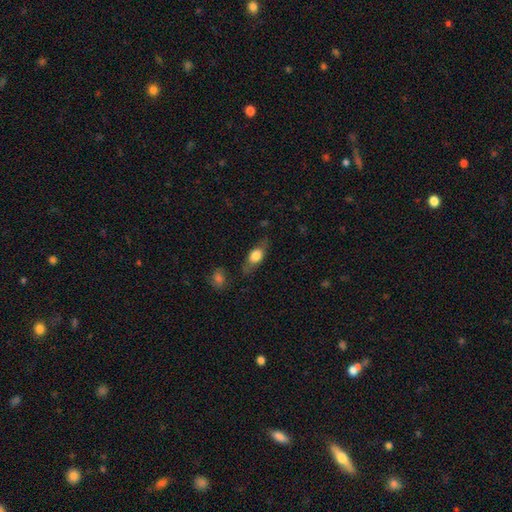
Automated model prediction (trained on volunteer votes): Morphology: type=smooth (68%); roundness=in between (74%); merging=none (69%).